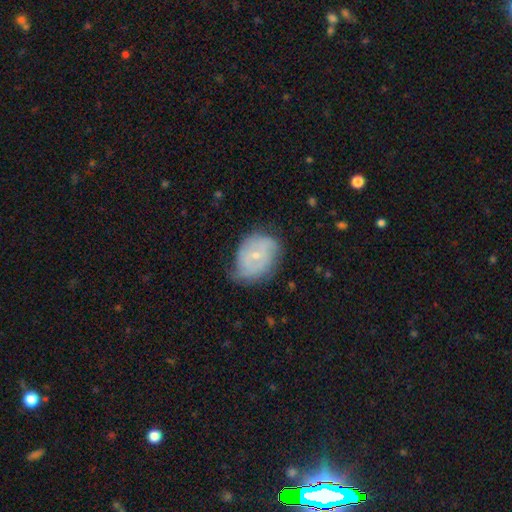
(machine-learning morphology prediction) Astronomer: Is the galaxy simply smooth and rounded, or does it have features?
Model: featured or disk — 59%.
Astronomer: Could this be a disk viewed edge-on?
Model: no — 96%.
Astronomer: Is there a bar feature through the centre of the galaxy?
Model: no — 76%.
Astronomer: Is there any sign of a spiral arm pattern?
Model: yes — 76%.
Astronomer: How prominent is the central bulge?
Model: small — 72%.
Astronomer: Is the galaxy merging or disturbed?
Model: none — 53% (runner-up: minor disturbance, 34%).